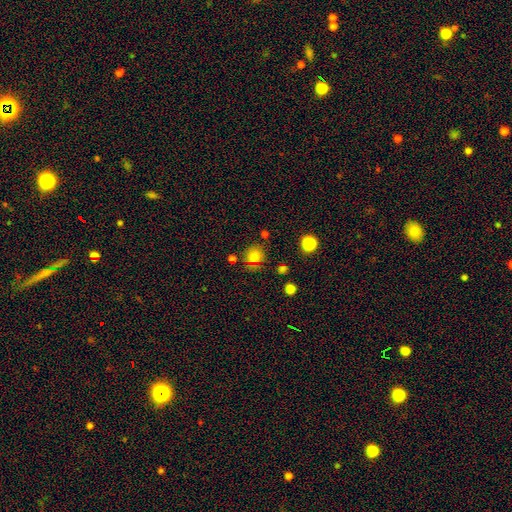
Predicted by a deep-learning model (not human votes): Q: Smooth or featured?
A: smooth (75%); runner-up: star or artifact (17%)
Q: How rounded?
A: round (83%); runner-up: in between (16%)
Q: Merging?
A: none (75%); runner-up: minor disturbance (14%)